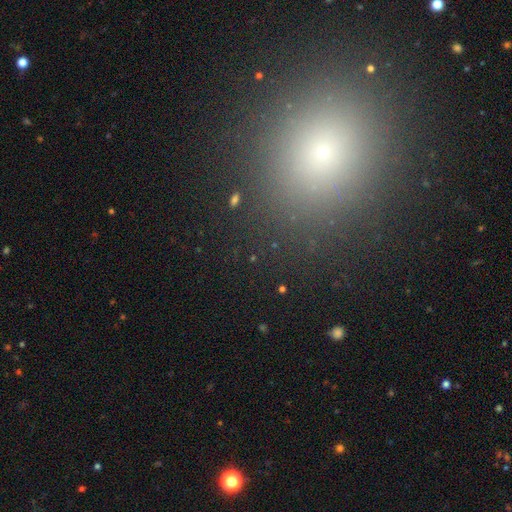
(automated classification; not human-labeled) A smooth galaxy with no disk features (63%) that is round (74%).

Vote fractions:
- Smooth or featured? smooth: 63% / star or artifact: 29% / featured or disk: 8%
- How rounded? round: 74% / in between: 25% / cigar-shaped: 2%
- Merging? none: 90% / minor disturbance: 6% / major disturbance: 3% / merger: 2%